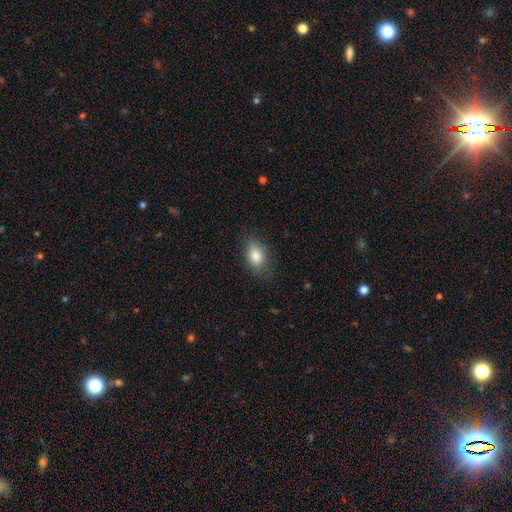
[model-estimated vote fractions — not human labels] This is clearly a smooth galaxy (83%). How rounded: clearly in between (83%). Merging: likely none (73%).